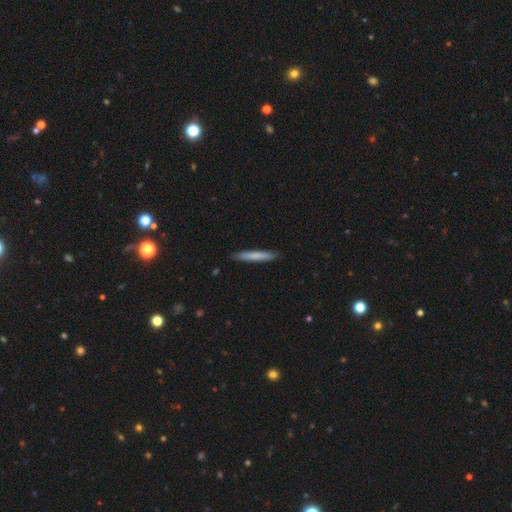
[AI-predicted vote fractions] Smooth or featured: smooth — 75% (featured or disk — 20%)
How rounded: cigar-shaped — 94% (in between — 5%)
Merging: none — 88% (minor disturbance — 9%)